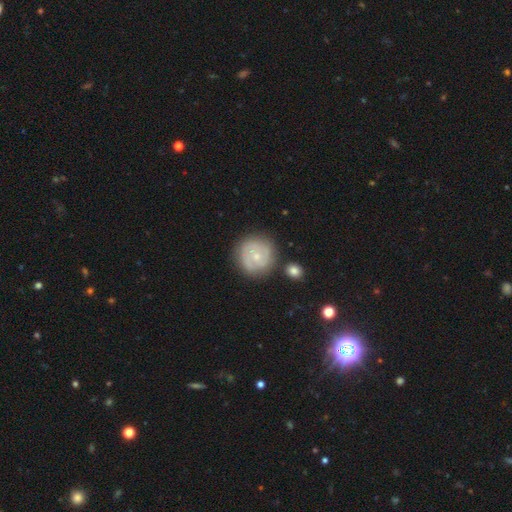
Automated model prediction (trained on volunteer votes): smooth-or-featured: featured or disk: 61% | smooth: 33% | star or artifact: 6%
  disk-edge-on: no: 98% | yes: 2%
    bar: no: 77% | weak: 20% | strong: 3%
    has-spiral-arms: yes: 80% | no: 20%
    bulge-size: small: 66% | moderate: 29% | none: 2% | large: 1% | dominant: 1%
  merging: none: 77% | minor disturbance: 14% | merger: 4% | major disturbance: 4%